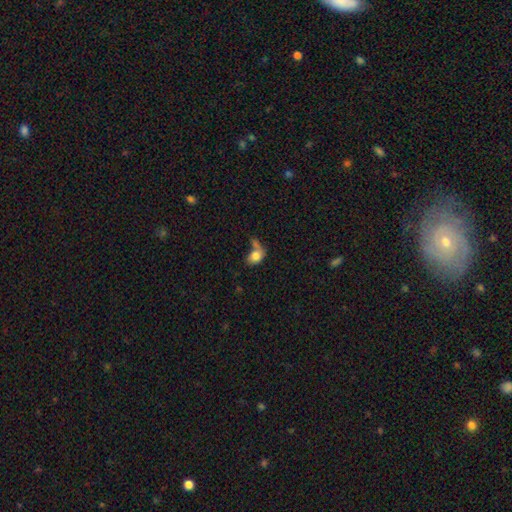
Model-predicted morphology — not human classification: Smooth or featured? smooth (78%)
How rounded? in between (72%)
Merging? merger (35%)